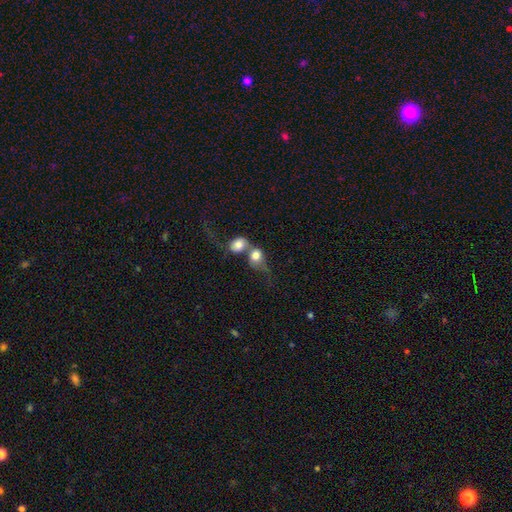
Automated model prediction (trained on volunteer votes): smooth-or-featured: smooth: 69% | featured or disk: 22% | star or artifact: 9%
  how-rounded: round: 62% | in between: 36% | cigar-shaped: 2%
  merging: merger: 76% | none: 11% | major disturbance: 8% | minor disturbance: 5%